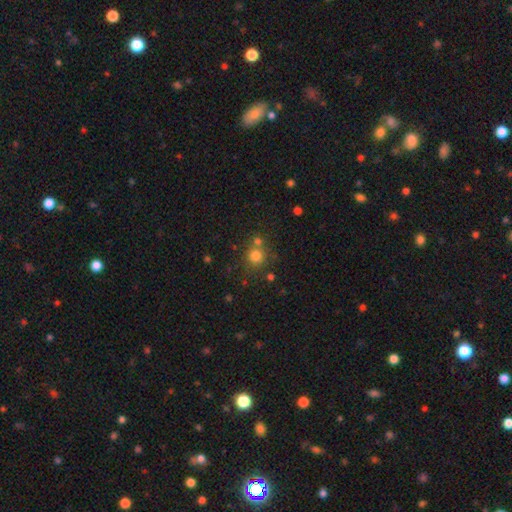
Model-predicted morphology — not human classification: Smooth or featured: smooth — 77% (star or artifact — 15%)
How rounded: round — 90% (in between — 9%)
Merging: none — 66% (merger — 22%)